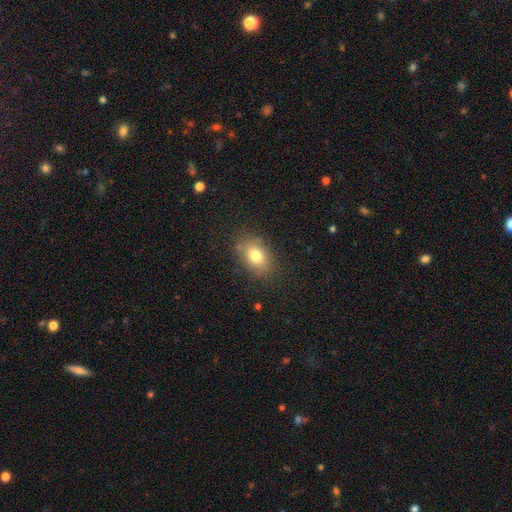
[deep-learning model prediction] Overall: smooth (78%). How rounded: in between (77%). Merging: none (80%).